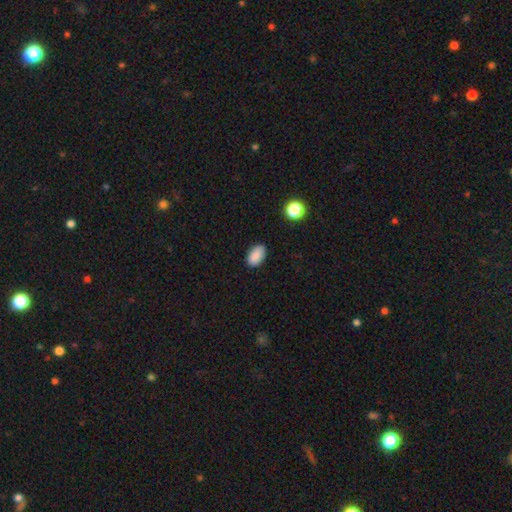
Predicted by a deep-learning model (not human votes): Morphology: type=smooth (88%); roundness=in between (92%); merging=none (86%).